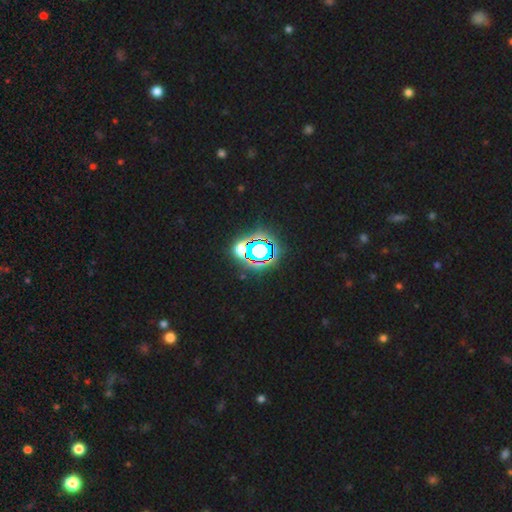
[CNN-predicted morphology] This appears to be a star or artifact, not a galaxy (79%).